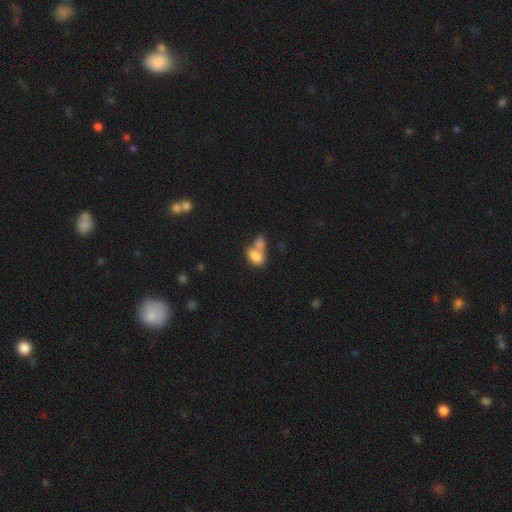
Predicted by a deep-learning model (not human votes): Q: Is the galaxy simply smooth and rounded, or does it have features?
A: smooth — 80%.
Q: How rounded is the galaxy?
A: in between — 88%.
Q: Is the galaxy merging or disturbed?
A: merger — 63%.